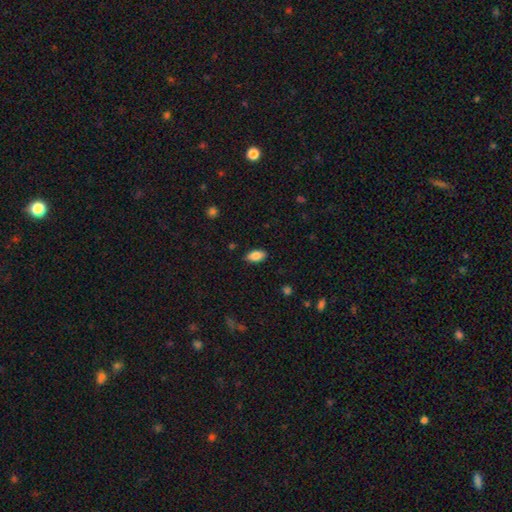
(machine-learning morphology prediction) The model was most divided on "merging": none: 86%, minor disturbance: 11%, major disturbance: 2%, merger: 1%. More confident: how rounded — in between (91%); smooth or featured — smooth (85%).